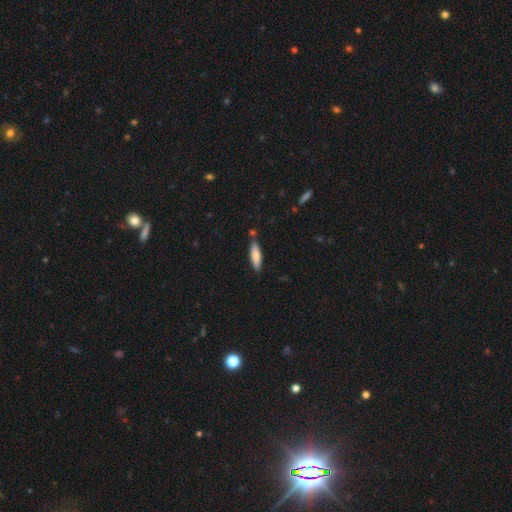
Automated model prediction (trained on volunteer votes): Overall: smooth (76%). How rounded: cigar-shaped (60%; in between 39%). Merging: none (81%).